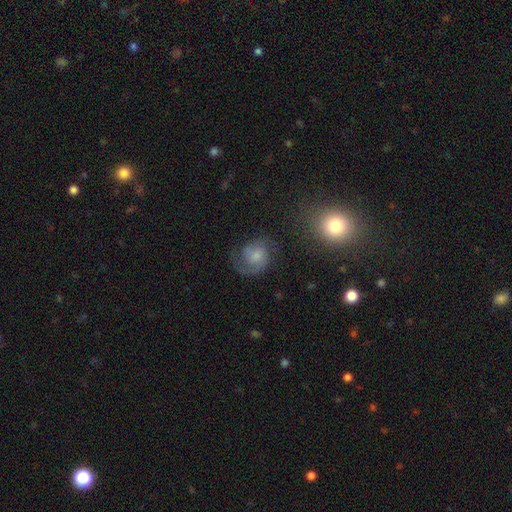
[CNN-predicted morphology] This appears to be a featured or disk galaxy (64%) with no bar (65%), 2 (59%) medium (45%) spiral arms (92%) and a small central bulge (34%). Merging: none (59%).